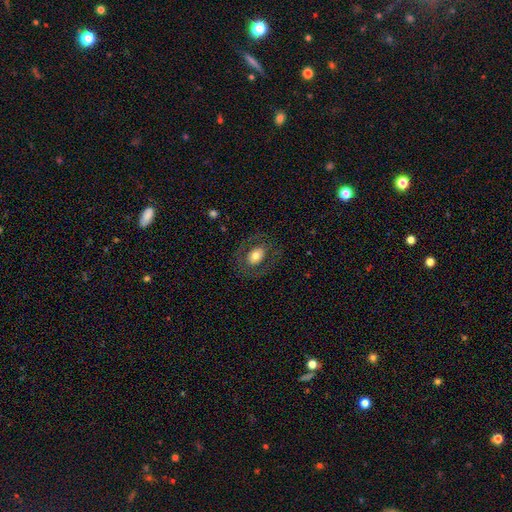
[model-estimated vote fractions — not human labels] Smooth or featured? Predicted: smooth (p=0.59). How rounded? Predicted: in between (p=0.66). Merging? Predicted: none (p=0.78).